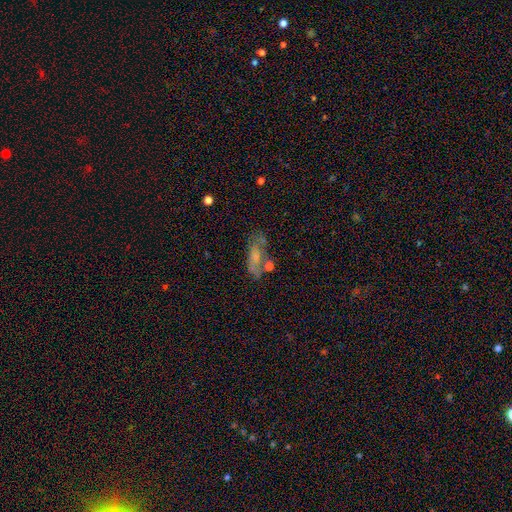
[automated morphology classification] The model was most divided on "smooth or featured": featured or disk: 43%, smooth: 41%, star or artifact: 16%. More confident: merging — none (54%).